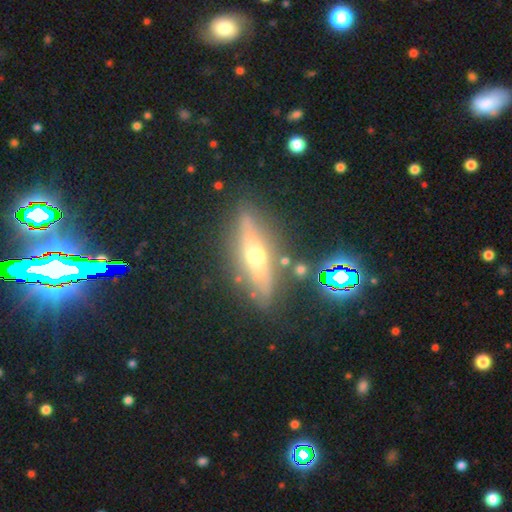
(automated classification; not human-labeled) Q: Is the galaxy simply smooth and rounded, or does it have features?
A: featured or disk — 61%.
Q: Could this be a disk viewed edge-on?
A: yes — 83%.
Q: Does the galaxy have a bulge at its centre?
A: rounded — 89%.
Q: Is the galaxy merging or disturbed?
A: none — 81%.